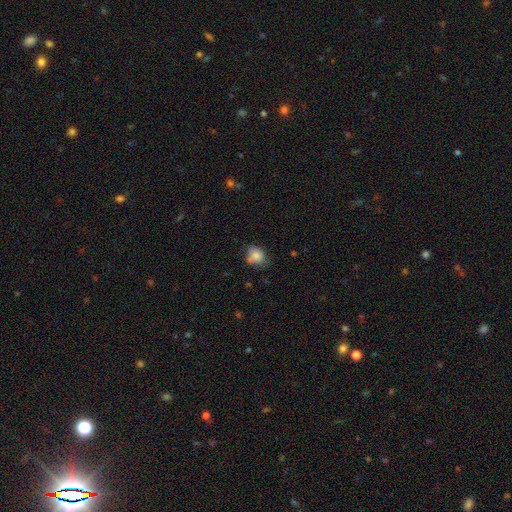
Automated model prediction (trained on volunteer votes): Smooth or featured? smooth (81%)
How rounded? round (54%)
Merging? none (56%)